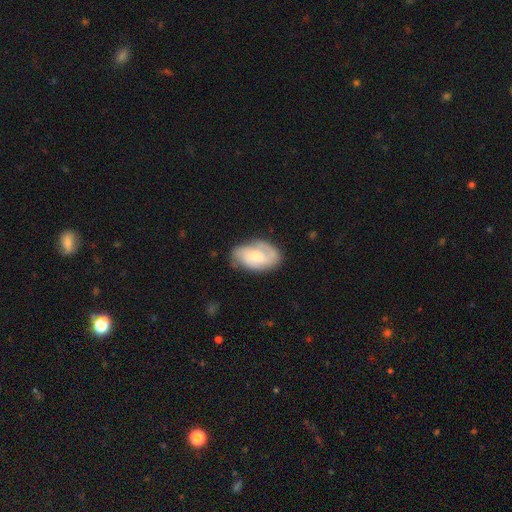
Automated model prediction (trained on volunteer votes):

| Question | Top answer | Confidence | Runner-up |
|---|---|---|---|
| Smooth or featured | featured or disk | 53% | smooth (40%) |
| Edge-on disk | no | 96% | yes (4%) |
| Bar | no | 66% | weak (29%) |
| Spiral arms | yes | 84% | no (16%) |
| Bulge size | small | 48% | moderate (38%) |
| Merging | none | 66% | minor disturbance (25%) |